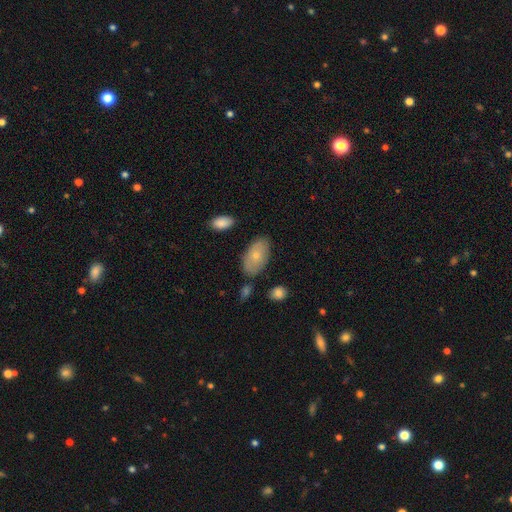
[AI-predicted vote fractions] Morphology: type=smooth (72%); roundness=in between (94%); merging=none (75%).